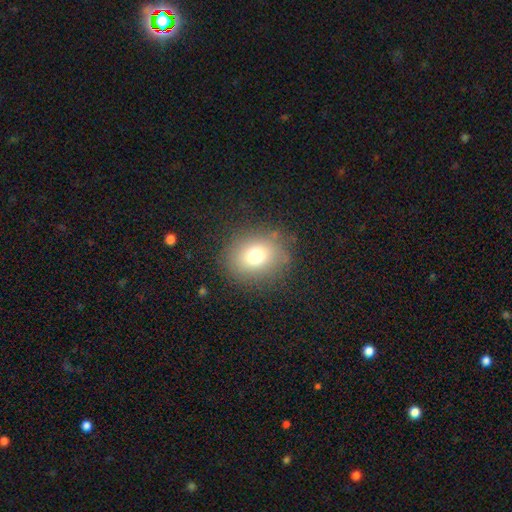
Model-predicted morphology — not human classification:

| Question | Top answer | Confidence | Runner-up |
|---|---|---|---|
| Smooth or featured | smooth | 73% | star or artifact (14%) |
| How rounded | round | 69% | in between (30%) |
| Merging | none | 83% | minor disturbance (11%) |